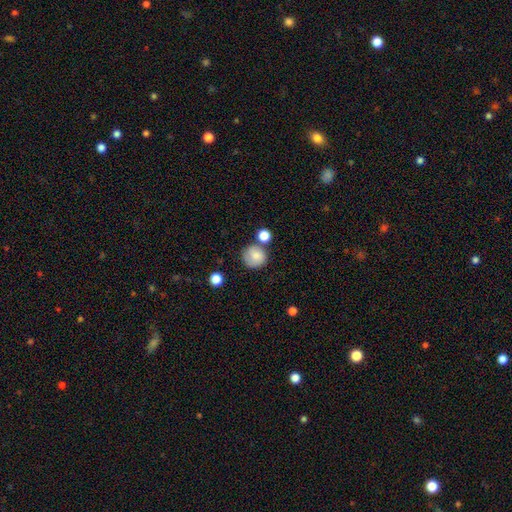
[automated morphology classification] type=smooth (79%); roundness=round (90%); merging=none (65%).